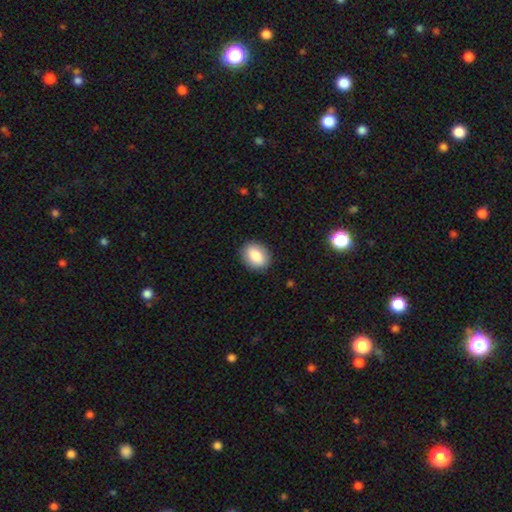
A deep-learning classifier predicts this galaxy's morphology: This is clearly a smooth galaxy (83%). How rounded: likely in between (67%). Merging: clearly none (88%).